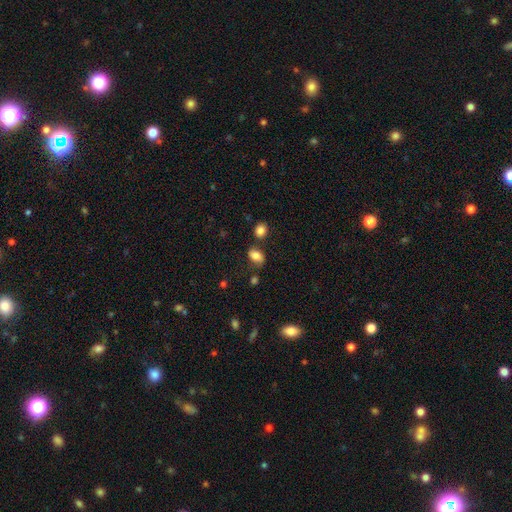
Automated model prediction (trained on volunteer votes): Smooth or featured? Predicted: smooth (p=0.78). How rounded? Predicted: in between (p=0.82). Merging? Predicted: none (p=0.62).